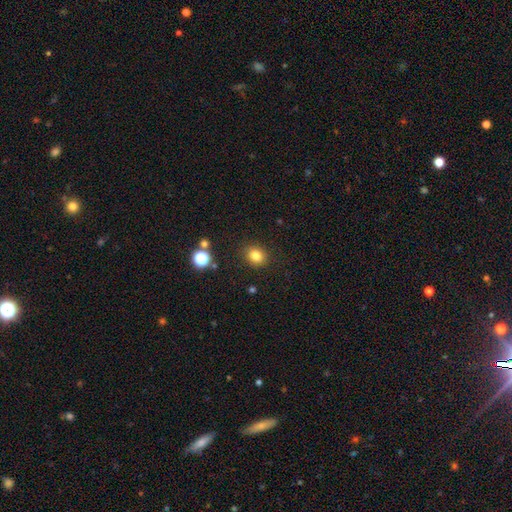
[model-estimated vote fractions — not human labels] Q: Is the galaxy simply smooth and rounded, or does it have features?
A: smooth — 82%.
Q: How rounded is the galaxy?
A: round — 63%.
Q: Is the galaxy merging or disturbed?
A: none — 88%.